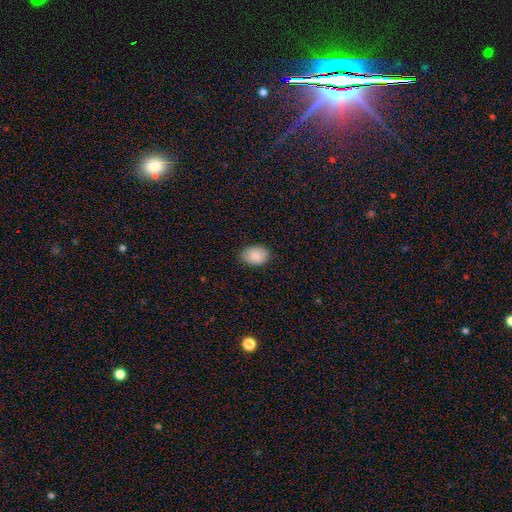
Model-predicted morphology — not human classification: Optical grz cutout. It shows a smooth galaxy with no disk features (88%) that is in between round and cigar-shaped (80%). Merging: none (84%).